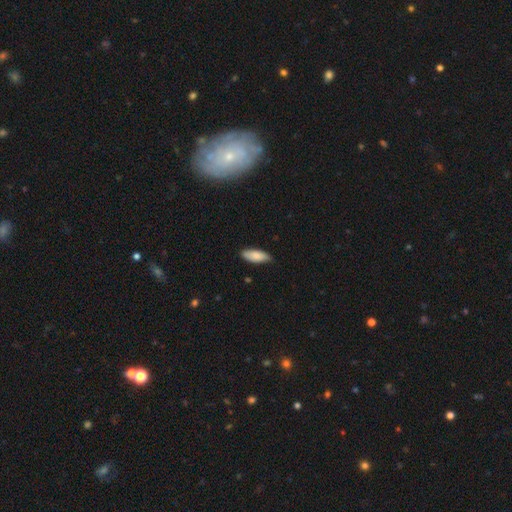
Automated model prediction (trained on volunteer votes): Smooth or featured: smooth — 84% (featured or disk — 11%)
How rounded: in between — 73% (cigar-shaped — 25%)
Merging: none — 80% (minor disturbance — 17%)